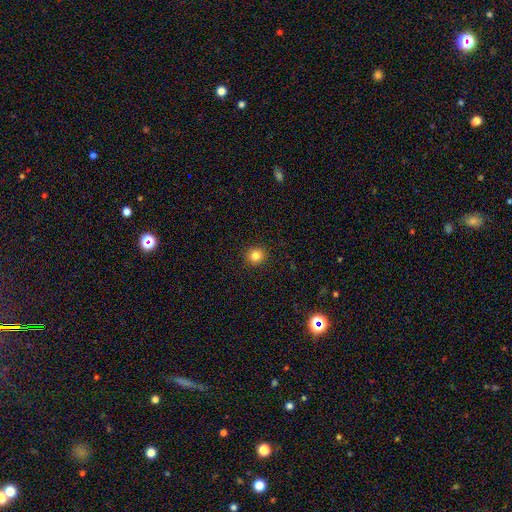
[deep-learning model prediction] Smooth or featured: smooth — 83% (star or artifact — 12%)
How rounded: round — 91% (in between — 8%)
Merging: none — 92% (minor disturbance — 5%)